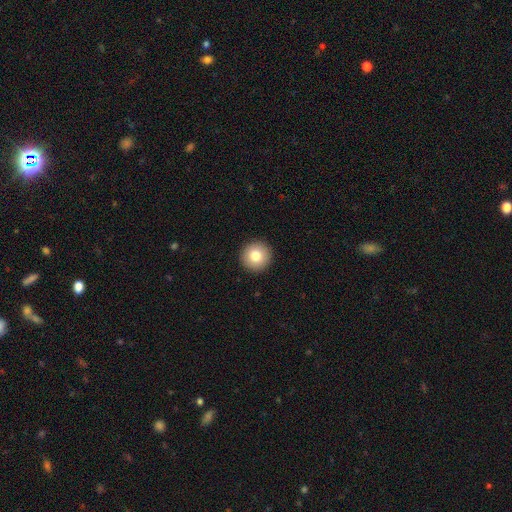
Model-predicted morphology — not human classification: Smooth or featured?
  - smooth: 80% *
  - featured or disk: 10%
  - star or artifact: 9%
How rounded?
  - round: 96% *
  - in between: 3%
  - cigar-shaped: 1%
Merging?
  - none: 93% *
  - minor disturbance: 4%
  - major disturbance: 1%
  - merger: 1%